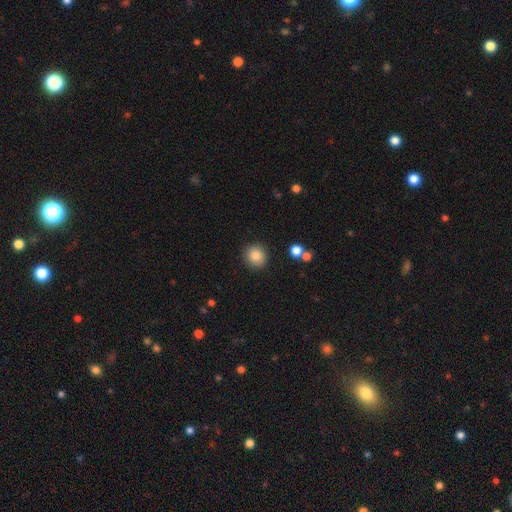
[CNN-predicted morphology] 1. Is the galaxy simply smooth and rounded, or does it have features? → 86% smooth, 9% star or artifact, 5% featured or disk.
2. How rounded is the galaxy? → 90% round, 9% in between, 1% cigar-shaped.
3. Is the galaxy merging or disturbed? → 89% none, 7% minor disturbance, 2% major disturbance, 2% merger.